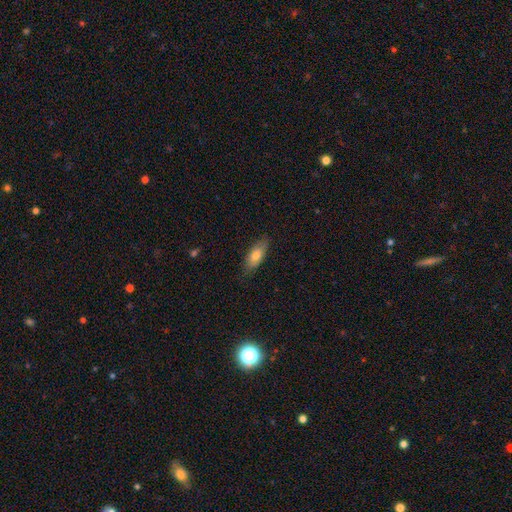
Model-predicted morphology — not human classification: smooth 75%, featured or disk 19%, star or artifact 6%. Down the decision tree: how rounded — in between (76%); merging — none (79%).